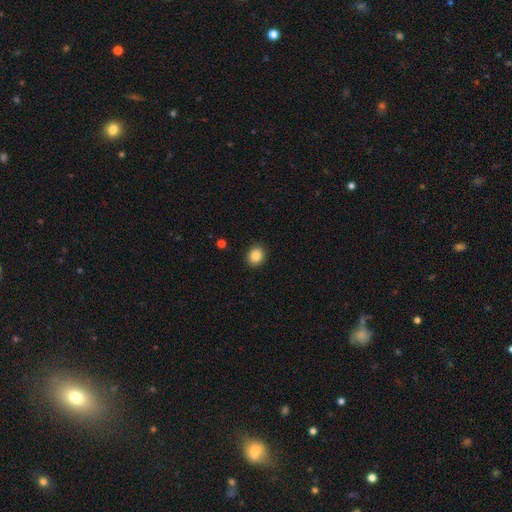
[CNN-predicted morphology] smooth_or_featured: smooth (p=0.86) [alt: star or artifact p=0.10]
how_rounded: round (p=0.71) [alt: in between p=0.28]
merging: none (p=0.90) [alt: minor disturbance p=0.07]